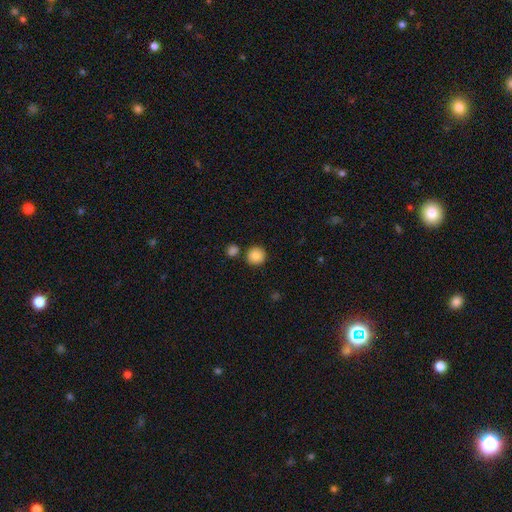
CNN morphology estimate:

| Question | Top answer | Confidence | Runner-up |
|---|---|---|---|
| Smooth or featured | smooth | 85% | star or artifact (9%) |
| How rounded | round | 94% | in between (5%) |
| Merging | none | 82% | merger (8%) |